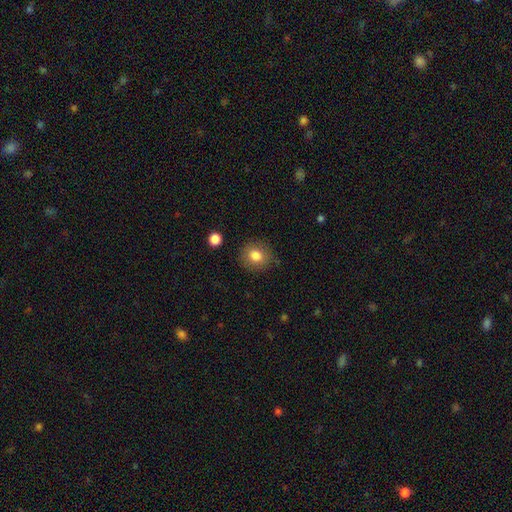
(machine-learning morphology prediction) This appears to be a smooth galaxy with no disk features (82%) that is round (77%). Merging: none (84%).